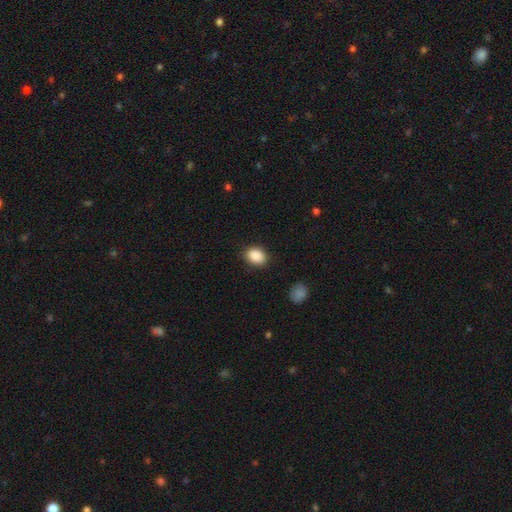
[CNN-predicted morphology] type=smooth (89%); roundness=in between (61%); merging=none (87%).